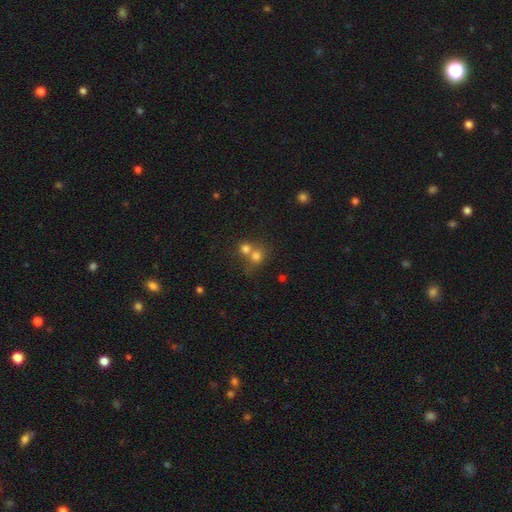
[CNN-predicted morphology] type=smooth (73%); roundness=round (81%); merging=merger (55%).